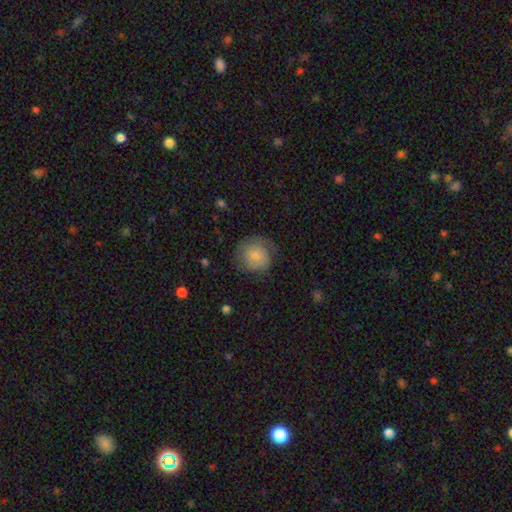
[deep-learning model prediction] Overall: smooth (63%; featured or disk 29%). How rounded: round (87%). Merging: none (61%; minor disturbance 23%).